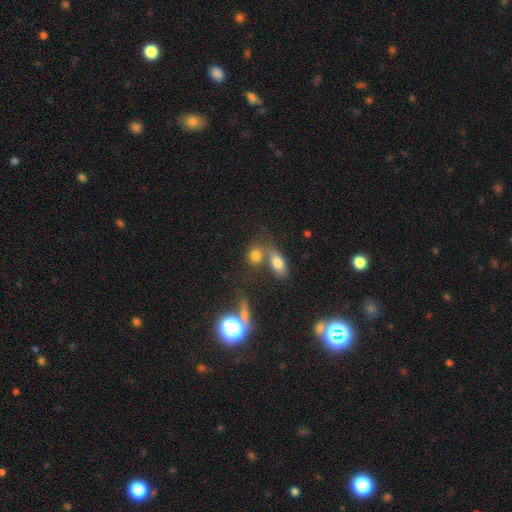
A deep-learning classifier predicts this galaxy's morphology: type=smooth (72%); roundness=round (49%); merging=none (43%).